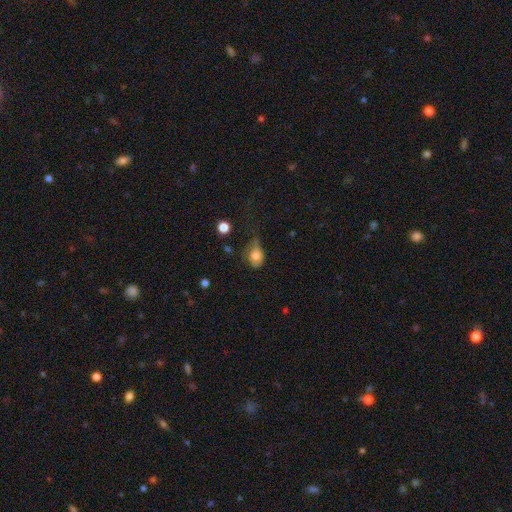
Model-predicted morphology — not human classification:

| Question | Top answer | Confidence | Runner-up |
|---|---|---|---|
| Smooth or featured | smooth | 75% | featured or disk (16%) |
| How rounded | in between | 67% | round (31%) |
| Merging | minor disturbance | 42% | none (32%) |